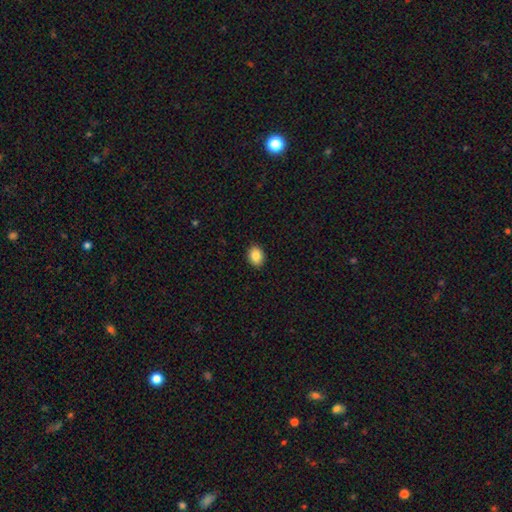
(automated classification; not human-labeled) Smooth or featured: smooth — 86% (star or artifact — 8%)
How rounded: in between — 52% (round — 48%)
Merging: none — 91% (minor disturbance — 6%)